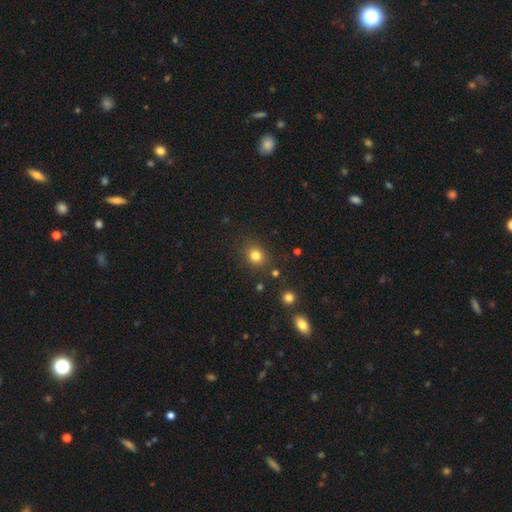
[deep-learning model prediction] smooth 80%, star or artifact 14%, featured or disk 6%. Down the decision tree: how rounded — round (72%); merging — none (84%).